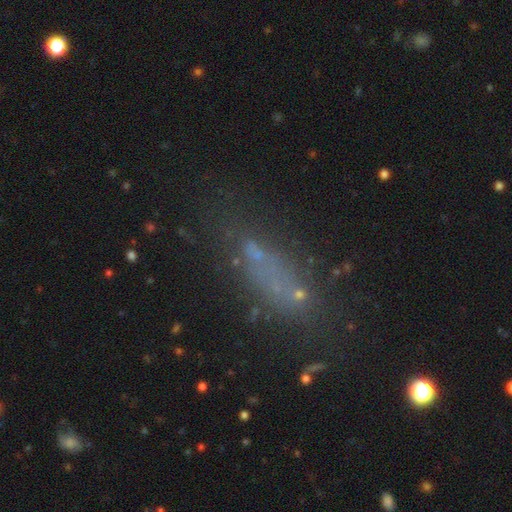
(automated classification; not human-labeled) Overall: smooth (39%; star or artifact 32%). Merging: none (50%; major disturbance 20%).